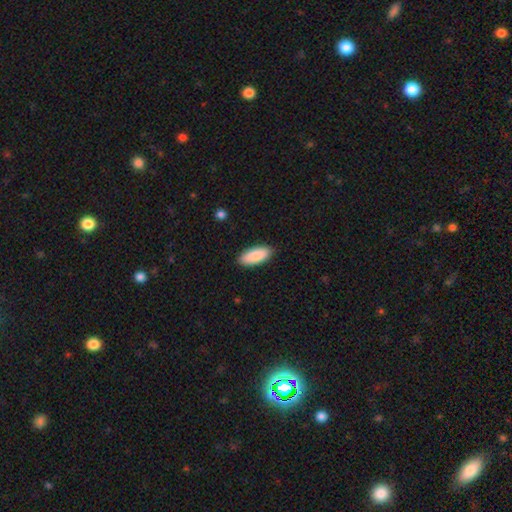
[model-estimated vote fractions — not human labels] A smooth galaxy with no disk features (90%) that is in between round and cigar-shaped (86%). Merging: none (89%).